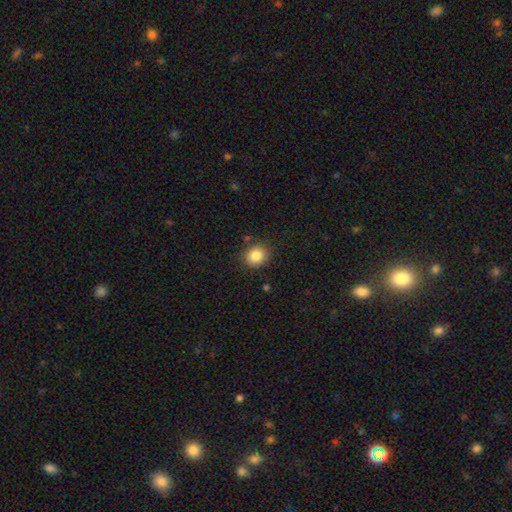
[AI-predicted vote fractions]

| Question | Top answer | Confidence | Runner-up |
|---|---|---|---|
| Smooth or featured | smooth | 85% | star or artifact (10%) |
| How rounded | round | 69% | in between (31%) |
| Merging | none | 86% | minor disturbance (9%) |